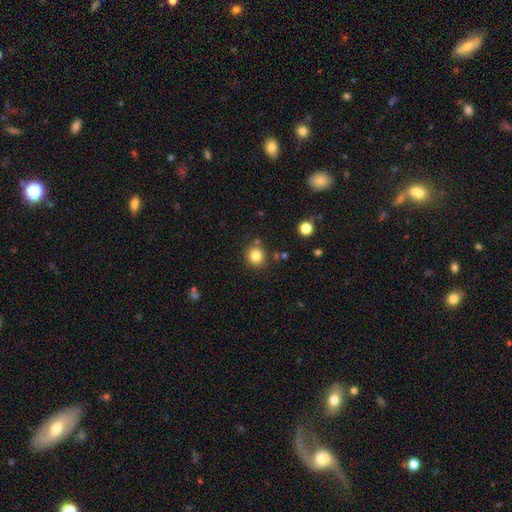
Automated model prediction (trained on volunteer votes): The model was most divided on "smooth or featured": smooth: 81%, star or artifact: 12%, featured or disk: 7%. More confident: how rounded — round (88%); merging — none (83%).